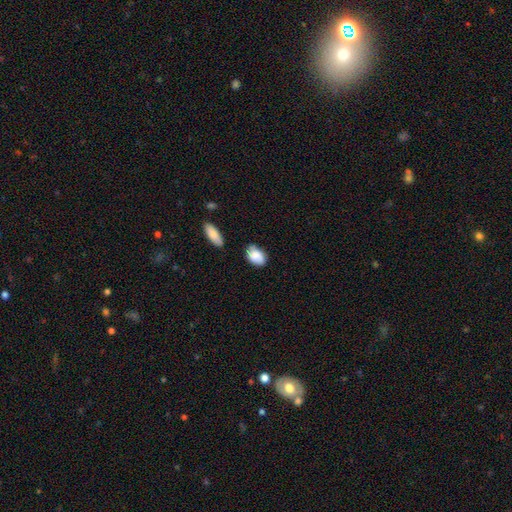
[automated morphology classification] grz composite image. It shows a smooth galaxy with no disk features (81%) that is in between round and cigar-shaped (84%). Merging: none (63%).